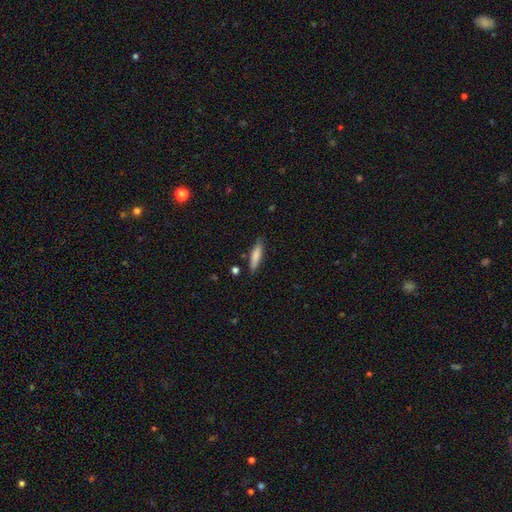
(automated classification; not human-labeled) Q: Smooth or featured?
A: smooth (78%); runner-up: featured or disk (16%)
Q: How rounded?
A: cigar-shaped (78%); runner-up: in between (20%)
Q: Merging?
A: none (83%); runner-up: minor disturbance (12%)